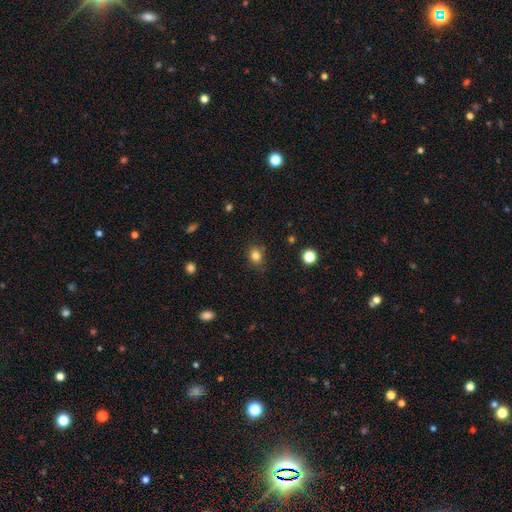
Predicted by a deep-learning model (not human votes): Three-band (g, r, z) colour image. It shows a smooth galaxy with no disk features (82%) that is round (70%). Merging: none (82%).